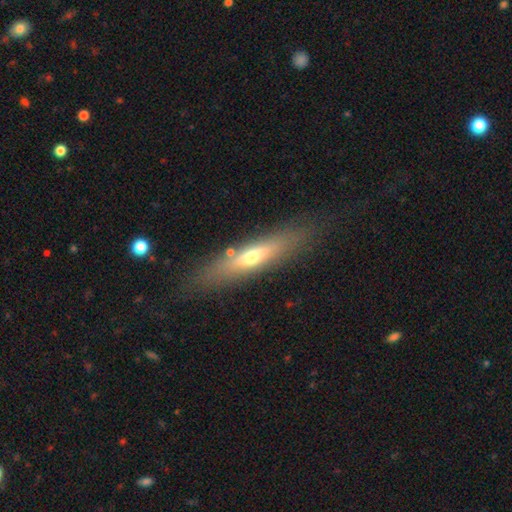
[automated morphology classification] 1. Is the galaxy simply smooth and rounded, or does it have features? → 48% featured or disk, 45% smooth, 8% star or artifact.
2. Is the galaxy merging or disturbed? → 81% none, 12% minor disturbance, 5% major disturbance, 3% merger.